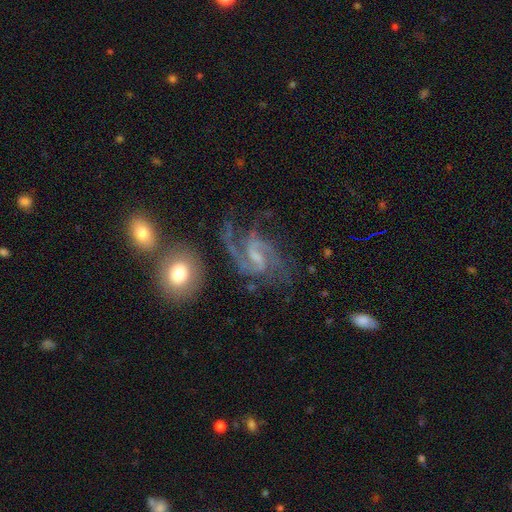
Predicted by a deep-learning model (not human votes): Smooth or featured? featured or disk (89%)
Edge-on disk? no (98%)
Bar? weak (53%)
Spiral arms? yes (97%)
Spiral winding? medium (53%)
Spiral arm count? 2 (82%)
Bulge size? small (53%)
Merging? none (57%)